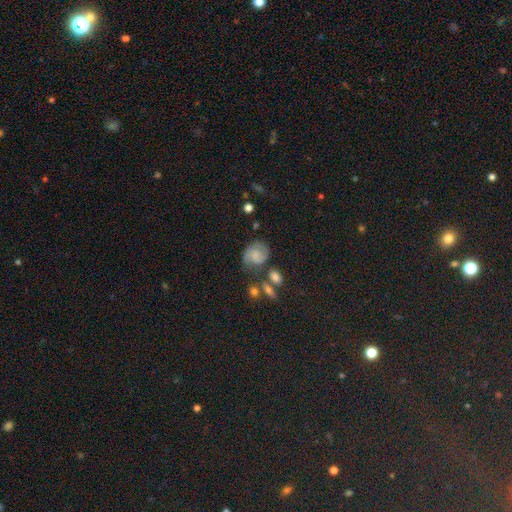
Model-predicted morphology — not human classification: A featured or disk galaxy (46%).

Vote fractions:
- Smooth or featured? featured or disk: 46% / smooth: 43% / star or artifact: 10%
- Merging? none: 56% / minor disturbance: 24% / major disturbance: 13% / merger: 7%